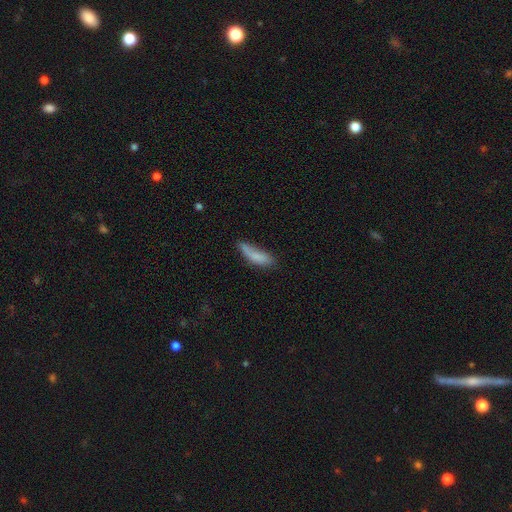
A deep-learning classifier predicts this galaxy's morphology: smooth 76%, featured or disk 16%, star or artifact 8%. Down the decision tree: how rounded — cigar-shaped (53%); merging — none (48%).